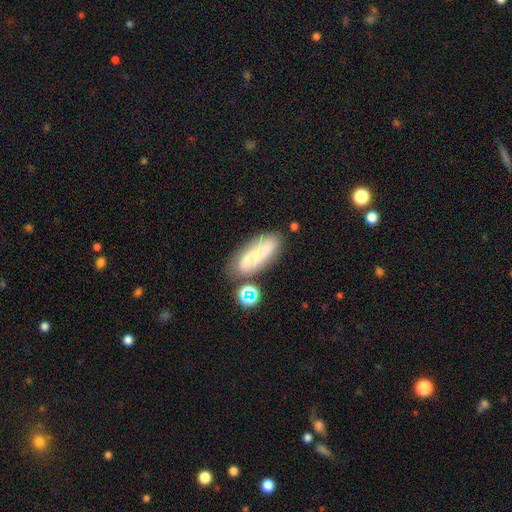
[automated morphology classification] smooth_or_featured: featured or disk (p=0.49) [alt: smooth p=0.41]
merging: none (p=0.69) [alt: minor disturbance p=0.17]